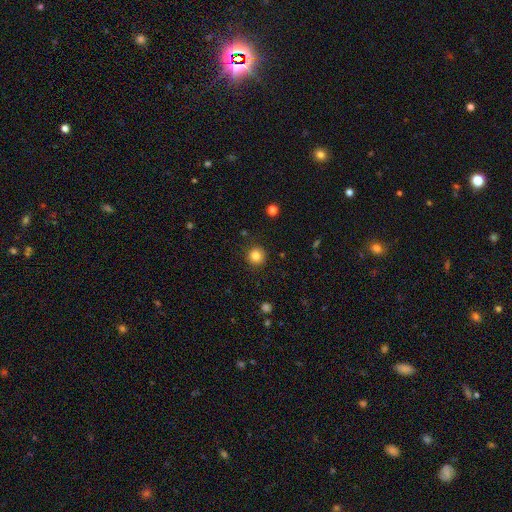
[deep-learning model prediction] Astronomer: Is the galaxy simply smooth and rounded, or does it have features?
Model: smooth — 83%.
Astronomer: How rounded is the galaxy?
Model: round — 95%.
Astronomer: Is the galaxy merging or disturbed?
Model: none — 91%.